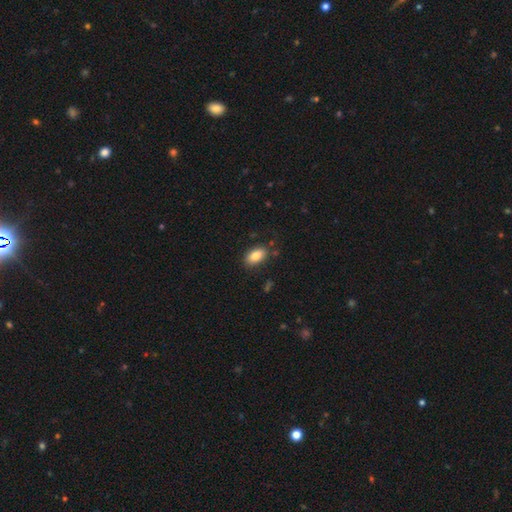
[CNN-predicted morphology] Overall: smooth (84%). How rounded: in between (91%). Merging: none (83%).